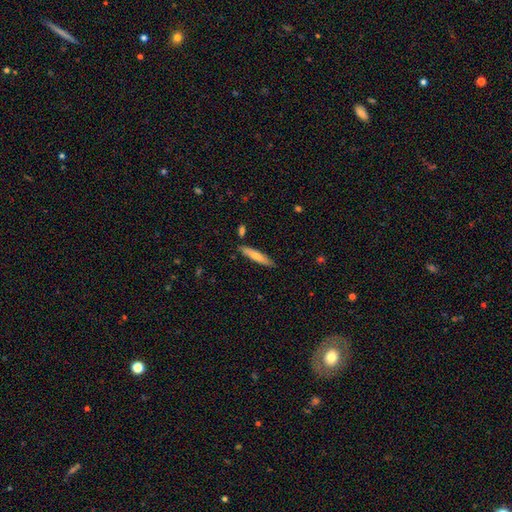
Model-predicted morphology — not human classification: The model was most divided on "smooth or featured": smooth: 70%, featured or disk: 25%, star or artifact: 6%. More confident: how rounded — cigar-shaped (87%); merging — none (83%).